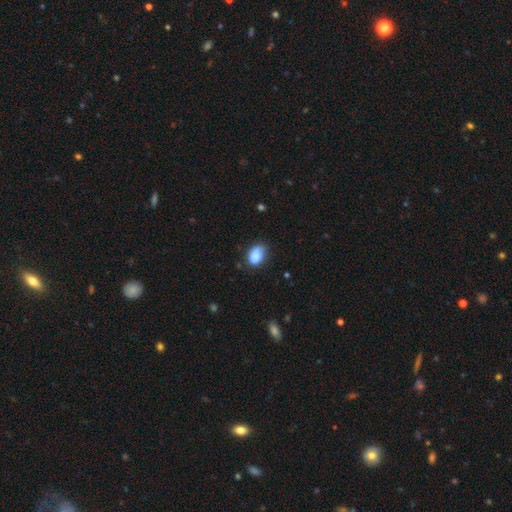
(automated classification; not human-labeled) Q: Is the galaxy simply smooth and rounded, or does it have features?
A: smooth — 82%.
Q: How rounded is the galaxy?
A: in between — 79%.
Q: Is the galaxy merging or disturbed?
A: none — 59%.